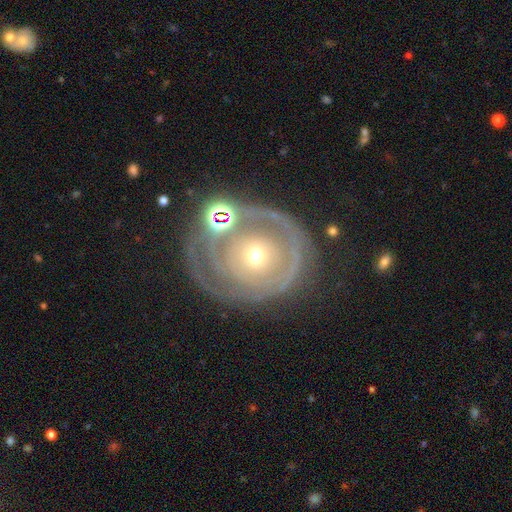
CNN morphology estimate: Smooth or featured: featured or disk — 74% (smooth — 19%)
Edge-on disk: no — 96% (yes — 4%)
Bar: no — 83% (weak — 12%)
Spiral arms: yes — 64% (no — 36%)
Bulge size: small — 49% (moderate — 45%)
Merging: none — 56% (minor disturbance — 18%)